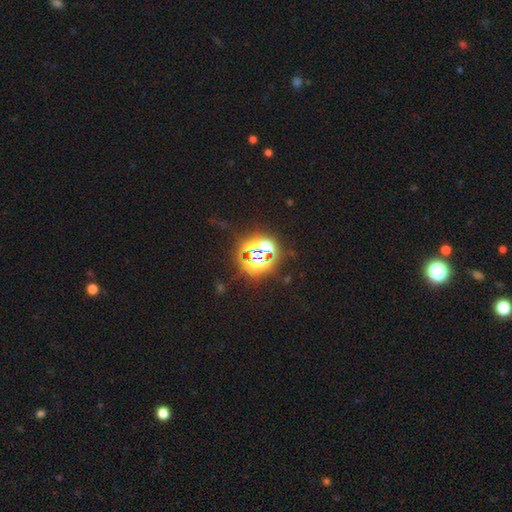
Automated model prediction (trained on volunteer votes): Smooth or featured? Predicted: star or artifact (p=0.78).